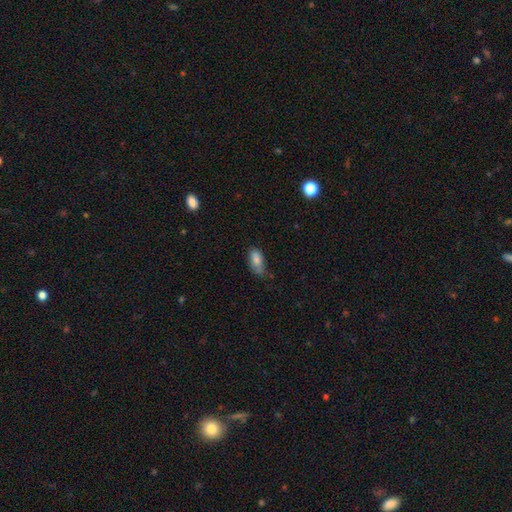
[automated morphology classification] Smooth or featured: smooth — 72% (featured or disk — 14%)
How rounded: in between — 86% (cigar-shaped — 8%)
Merging: none — 52% (minor disturbance — 33%)